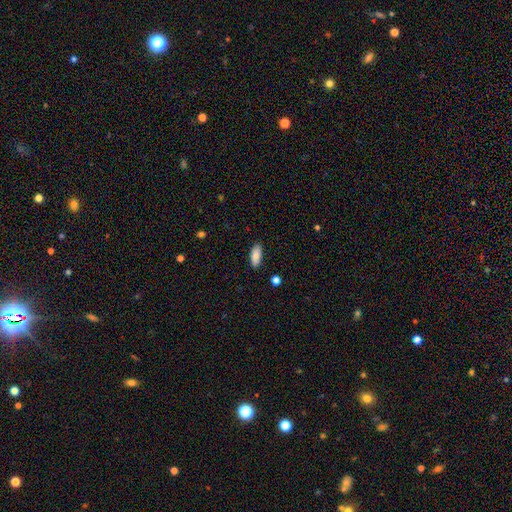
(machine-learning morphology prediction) smooth_or_featured: smooth (p=0.87) [alt: star or artifact p=0.06]
how_rounded: in between (p=0.80) [alt: cigar-shaped p=0.18]
merging: none (p=0.87) [alt: minor disturbance p=0.10]